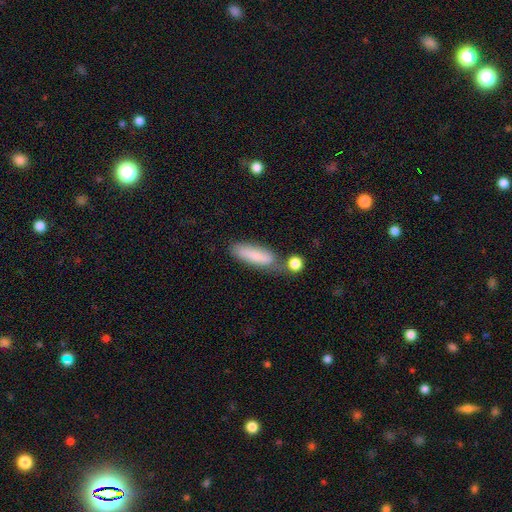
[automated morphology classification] type=smooth (78%); roundness=cigar-shaped (58%); merging=none (55%).